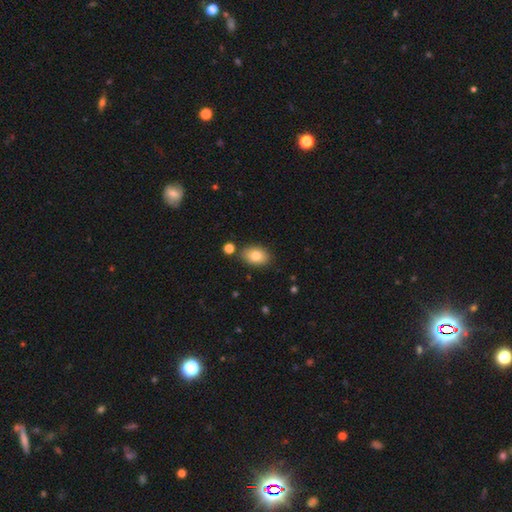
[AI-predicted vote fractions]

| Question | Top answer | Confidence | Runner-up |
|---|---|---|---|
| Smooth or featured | smooth | 82% | featured or disk (10%) |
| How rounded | in between | 84% | round (15%) |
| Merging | none | 82% | minor disturbance (11%) |